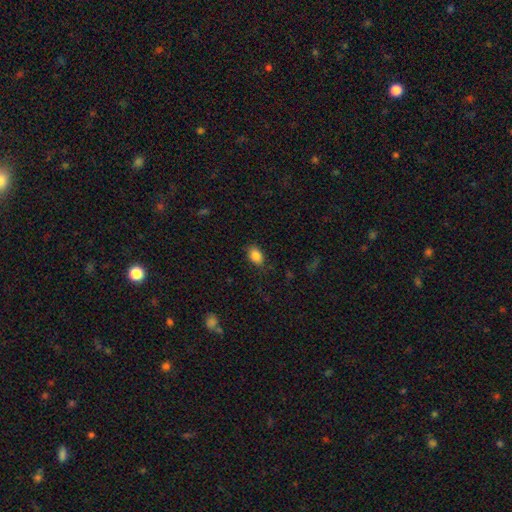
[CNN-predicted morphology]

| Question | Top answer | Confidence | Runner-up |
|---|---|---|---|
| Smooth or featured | smooth | 86% | star or artifact (9%) |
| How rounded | in between | 83% | round (15%) |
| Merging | none | 84% | minor disturbance (12%) |